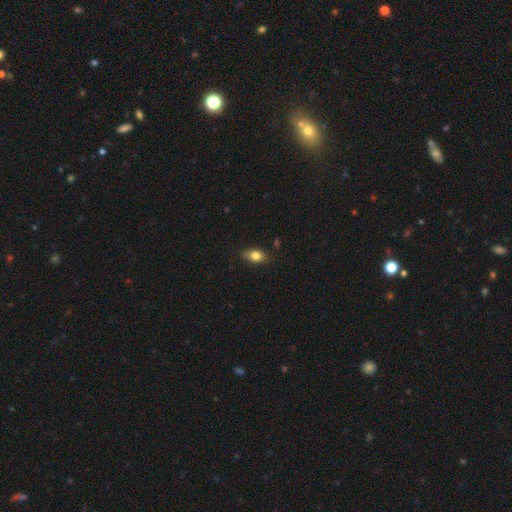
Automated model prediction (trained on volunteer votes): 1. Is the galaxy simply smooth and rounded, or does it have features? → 79% smooth, 13% featured or disk, 8% star or artifact.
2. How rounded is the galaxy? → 82% in between, 13% round, 5% cigar-shaped.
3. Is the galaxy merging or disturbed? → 79% none, 17% minor disturbance, 3% major disturbance, 1% merger.